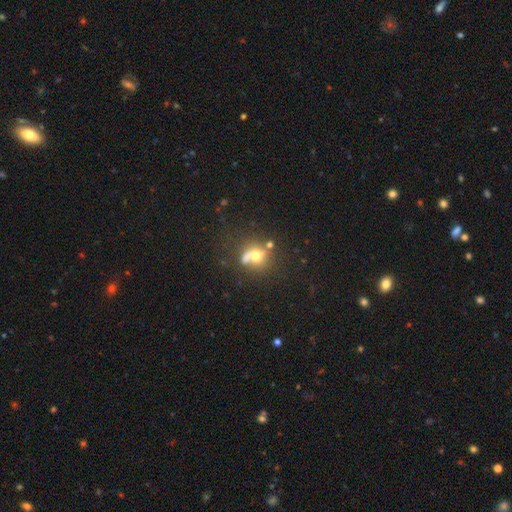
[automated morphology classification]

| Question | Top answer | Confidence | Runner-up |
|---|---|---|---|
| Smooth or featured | smooth | 55% | featured or disk (28%) |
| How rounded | round | 77% | in between (21%) |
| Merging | none | 41% | merger (33%) |